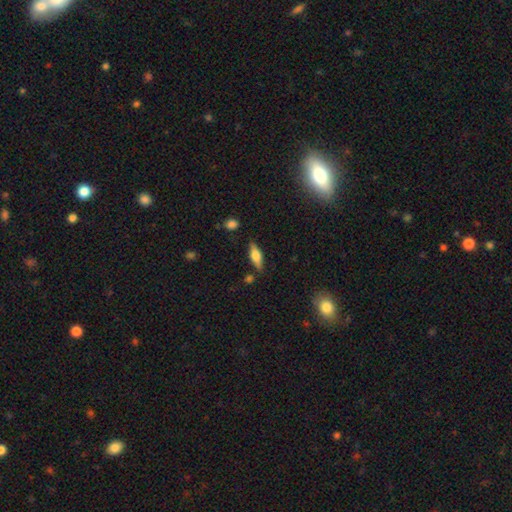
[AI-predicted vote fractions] This appears to be a smooth galaxy with no disk features (58%) that is in between round and cigar-shaped (57%). Merging: none (80%).